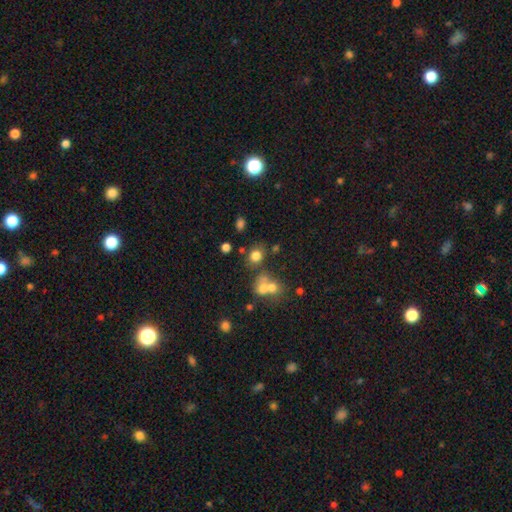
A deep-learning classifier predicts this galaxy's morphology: Smooth or featured? Predicted: smooth (p=0.76). How rounded? Predicted: round (p=0.66). Merging? Predicted: none (p=0.63).